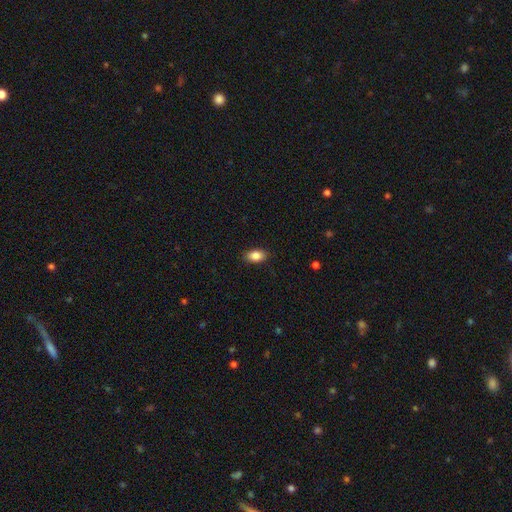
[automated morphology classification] Overall: smooth (86%). How rounded: in between (89%). Merging: none (87%).